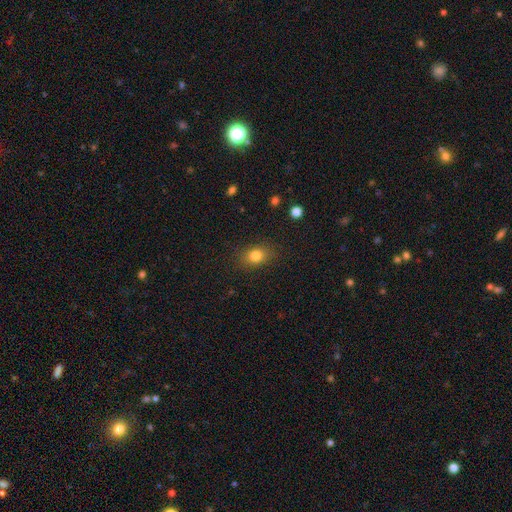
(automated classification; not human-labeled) Morphology: type=smooth (81%); roundness=in between (62%); merging=none (85%).